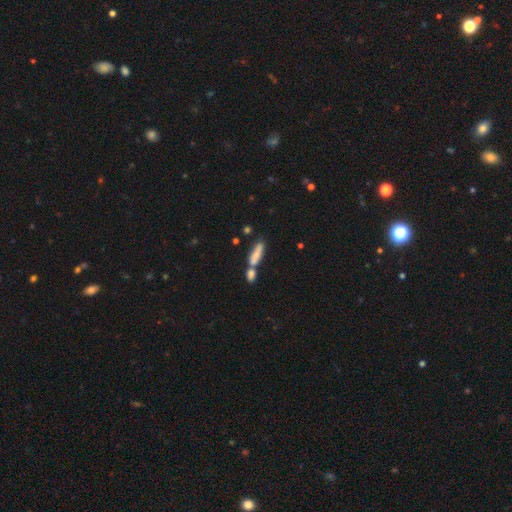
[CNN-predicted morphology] Smooth or featured?
  - smooth: 67% *
  - featured or disk: 25%
  - star or artifact: 8%
How rounded?
  - cigar-shaped: 59% *
  - in between: 38%
  - round: 4%
Merging?
  - merger: 45% *
  - none: 38%
  - minor disturbance: 12%
  - major disturbance: 5%